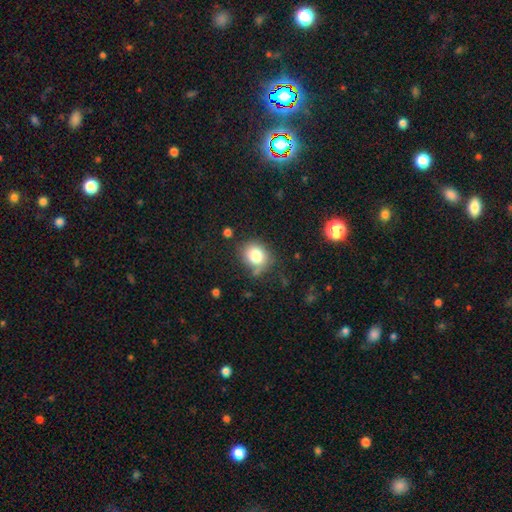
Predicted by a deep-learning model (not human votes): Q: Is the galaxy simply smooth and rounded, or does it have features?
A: smooth — 79%.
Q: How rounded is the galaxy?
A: round — 66%.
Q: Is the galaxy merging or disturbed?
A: none — 69%.